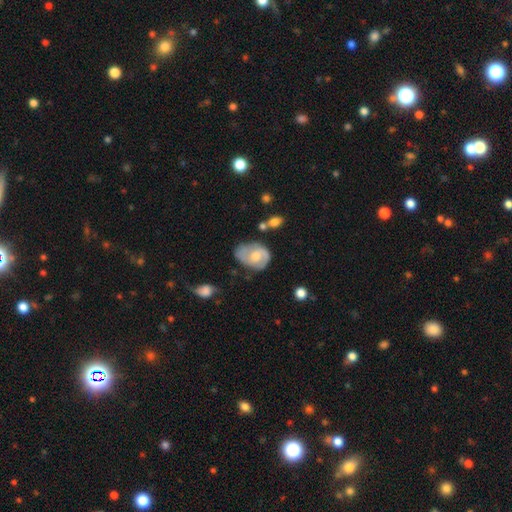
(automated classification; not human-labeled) Overall: featured or disk (56%; smooth 38%). Edge-on disk: no (96%). Bar: no (67%; weak 28%). Spiral arms: yes (72%). Bulge size: moderate (62%). Merging: none (49%; minor disturbance 32%).